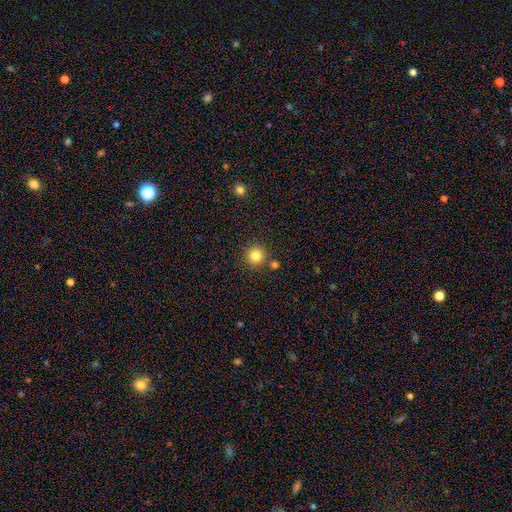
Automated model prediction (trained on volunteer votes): smooth 82%, star or artifact 12%, featured or disk 6%. Down the decision tree: how rounded — round (95%); merging — none (85%).